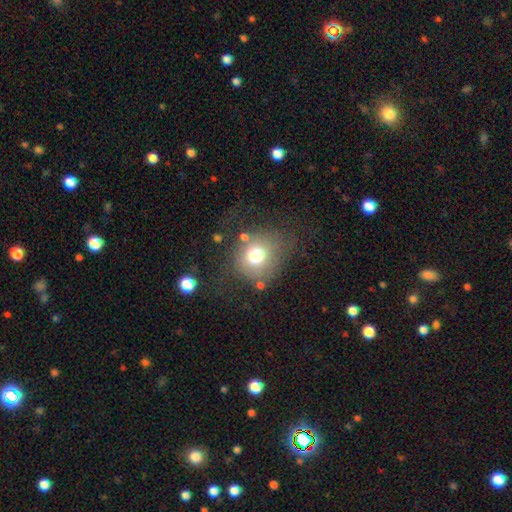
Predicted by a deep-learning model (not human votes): Smooth or featured? smooth (70%)
How rounded? round (79%)
Merging? none (57%)